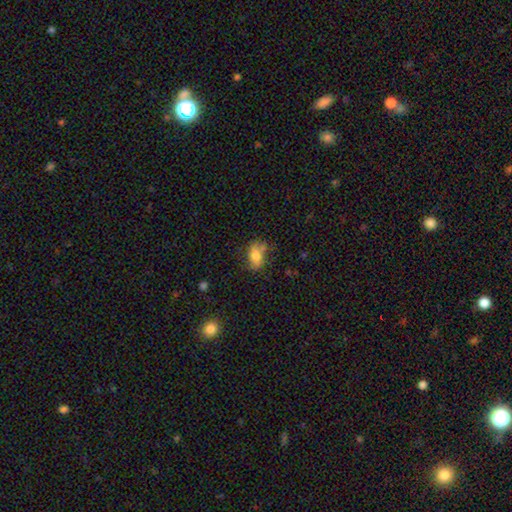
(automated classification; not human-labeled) smooth 73%, featured or disk 18%, star or artifact 9%. Down the decision tree: how rounded — in between (84%); merging — none (61%).